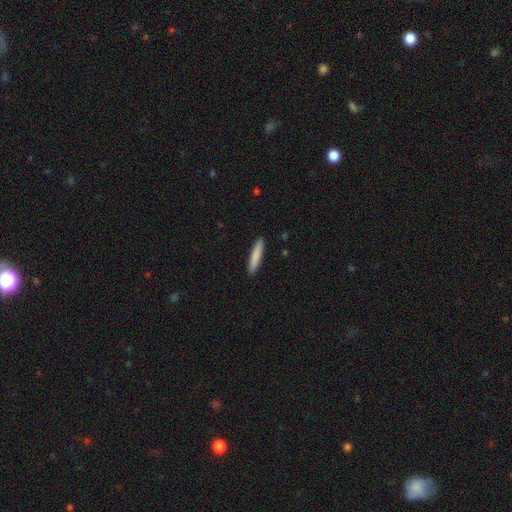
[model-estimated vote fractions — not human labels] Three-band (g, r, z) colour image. It shows a smooth galaxy with no disk features (84%) that is cigar-shaped (91%). Merging: none (91%).